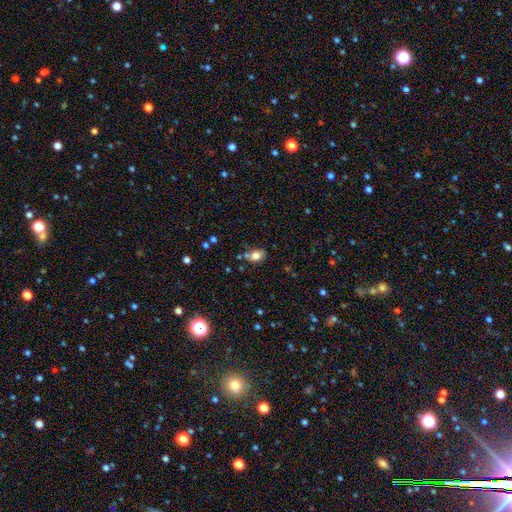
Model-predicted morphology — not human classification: type=smooth (78%); roundness=in between (64%); merging=none (61%).